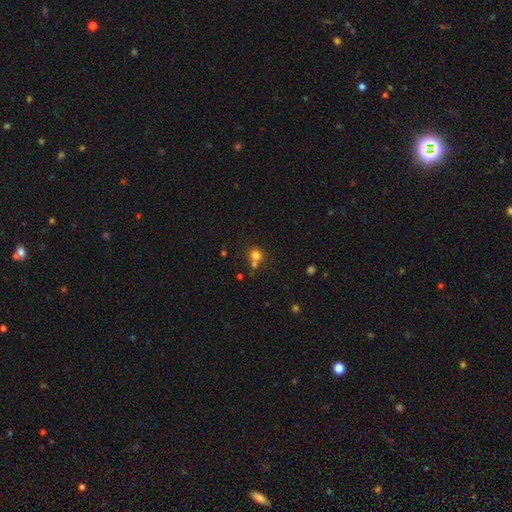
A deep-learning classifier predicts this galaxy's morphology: smooth 75%, star or artifact 16%, featured or disk 9%. Down the decision tree: how rounded — round (88%); merging — none (54%).